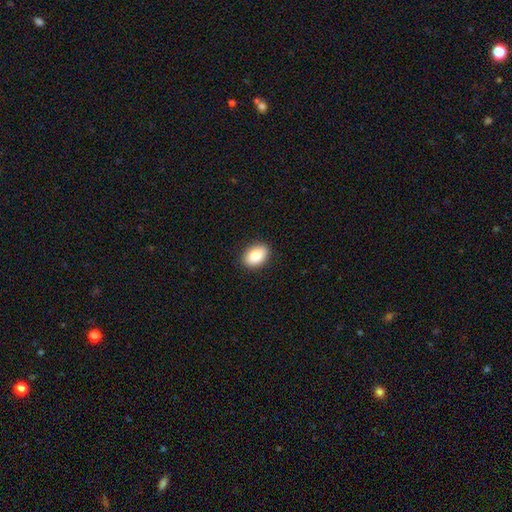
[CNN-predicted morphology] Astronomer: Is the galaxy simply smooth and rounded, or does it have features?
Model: smooth — 86%.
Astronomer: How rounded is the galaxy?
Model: in between — 84%.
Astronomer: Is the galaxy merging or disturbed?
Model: none — 90%.